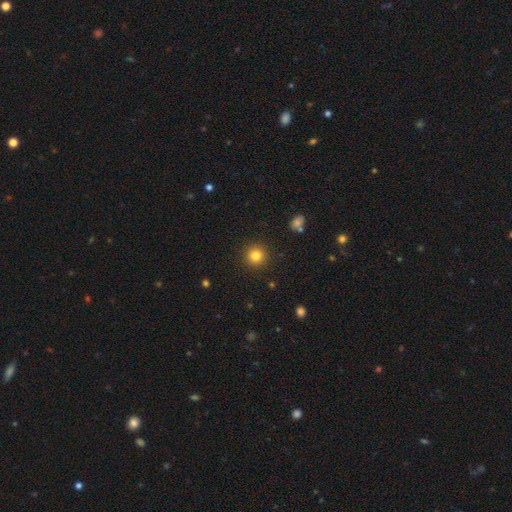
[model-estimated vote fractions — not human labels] Morphology: type=smooth (82%); roundness=round (95%); merging=none (91%).